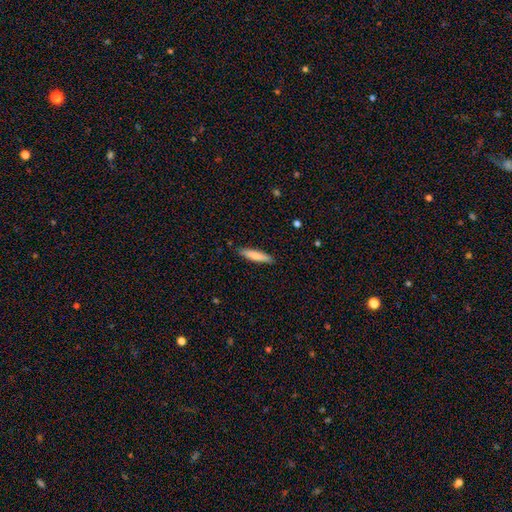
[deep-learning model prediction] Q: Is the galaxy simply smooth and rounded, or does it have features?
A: smooth — 81%.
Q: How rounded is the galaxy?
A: cigar-shaped — 86%.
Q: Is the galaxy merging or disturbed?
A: none — 89%.